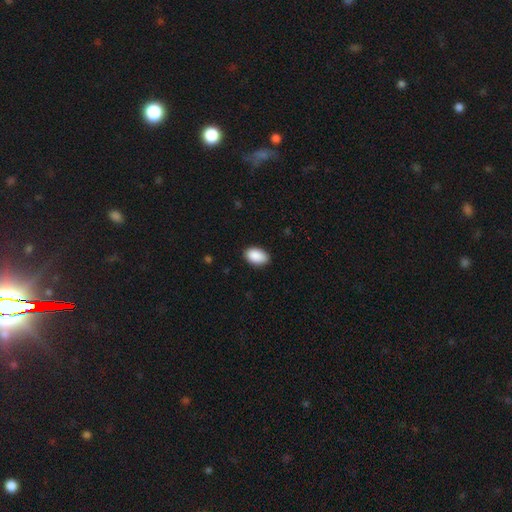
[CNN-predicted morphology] Overall: smooth (90%). How rounded: in between (93%). Merging: none (86%).